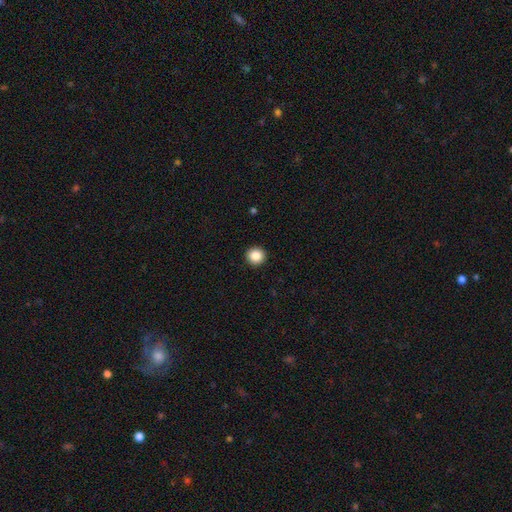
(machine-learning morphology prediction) type=smooth (87%); roundness=round (94%); merging=none (93%).